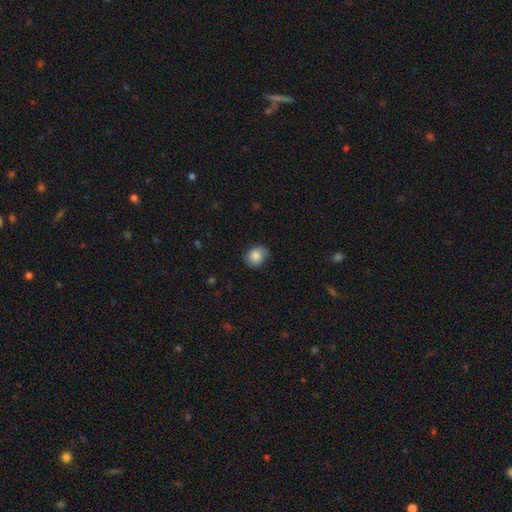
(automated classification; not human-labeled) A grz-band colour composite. It shows a smooth galaxy with no disk features (83%) that is round (62%). Merging: none (72%).